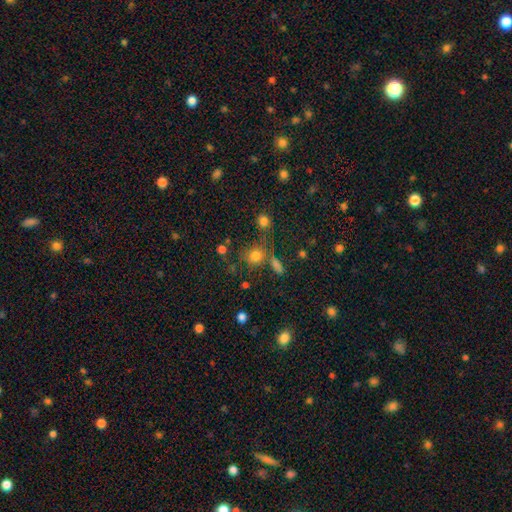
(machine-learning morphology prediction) smooth_or_featured: smooth (p=0.76) [alt: star or artifact p=0.16]
how_rounded: round (p=0.81) [alt: in between p=0.17]
merging: none (p=0.63) [alt: merger p=0.18]